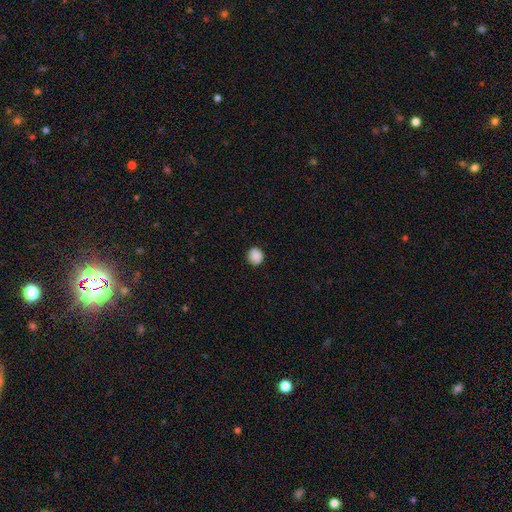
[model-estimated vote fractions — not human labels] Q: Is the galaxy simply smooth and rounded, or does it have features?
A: smooth — 88%.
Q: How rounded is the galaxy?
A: round — 88%.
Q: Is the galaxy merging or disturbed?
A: none — 88%.